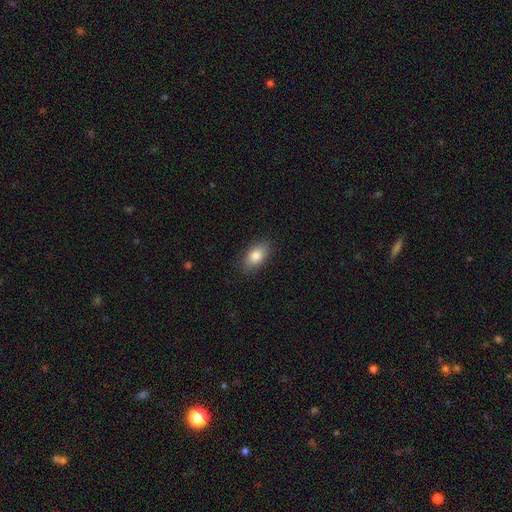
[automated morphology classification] This appears to be a smooth galaxy with no disk features (84%) that is in between round and cigar-shaped (90%). Merging: none (85%).